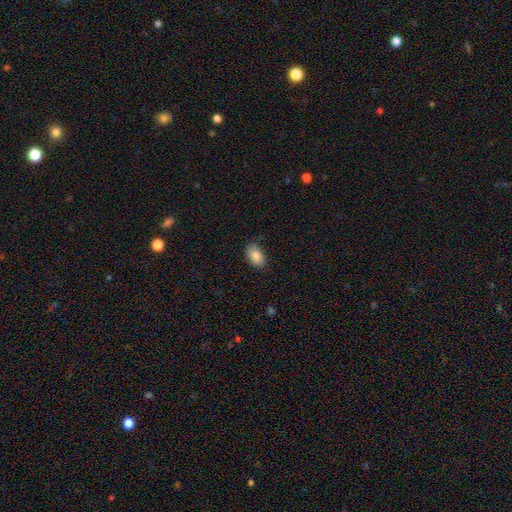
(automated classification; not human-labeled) The model was most divided on "merging": none: 79%, minor disturbance: 17%, major disturbance: 3%, merger: 1%. More confident: how rounded — in between (88%); smooth or featured — smooth (86%).